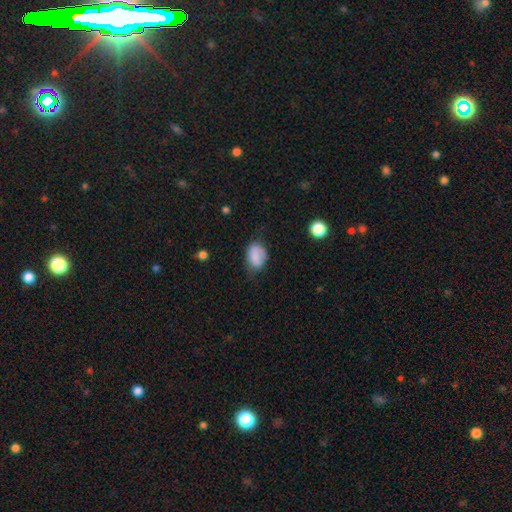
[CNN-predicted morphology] smooth 78%, featured or disk 14%, star or artifact 8%. Down the decision tree: how rounded — in between (81%); merging — none (50%).